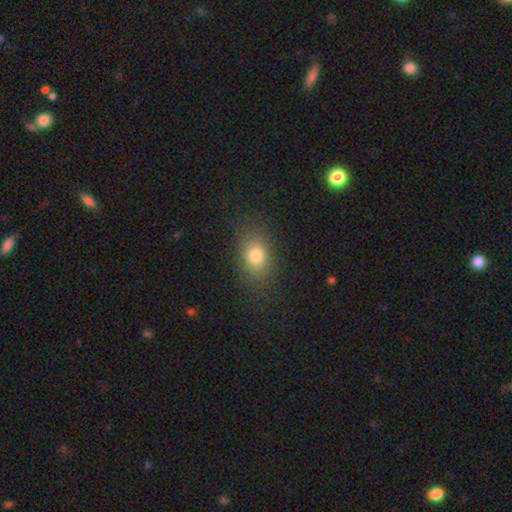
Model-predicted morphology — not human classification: A smooth galaxy with no disk features (79%) that is in between round and cigar-shaped (73%).

Vote fractions:
- Smooth or featured? smooth: 79% / star or artifact: 11% / featured or disk: 10%
- How rounded? in between: 73% / round: 25% / cigar-shaped: 2%
- Merging? none: 84% / minor disturbance: 11% / major disturbance: 4% / merger: 1%